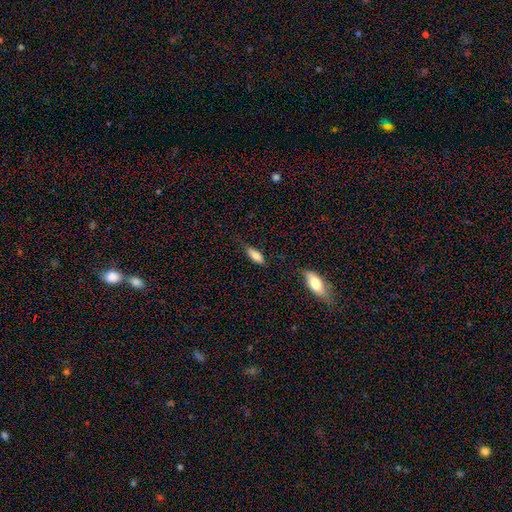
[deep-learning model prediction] Smooth or featured?
  - smooth: 79% *
  - featured or disk: 14%
  - star or artifact: 7%
How rounded?
  - in between: 69% *
  - cigar-shaped: 29%
  - round: 2%
Merging?
  - none: 71% *
  - minor disturbance: 21%
  - major disturbance: 6%
  - merger: 3%